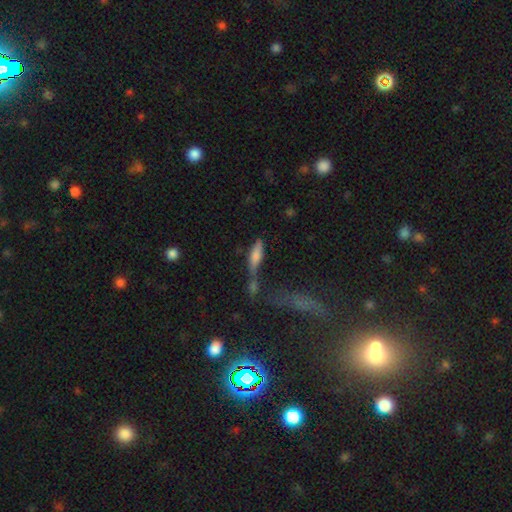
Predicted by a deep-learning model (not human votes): A smooth galaxy with no disk features (67%) that is cigar-shaped (56%). Merging: none (36%).